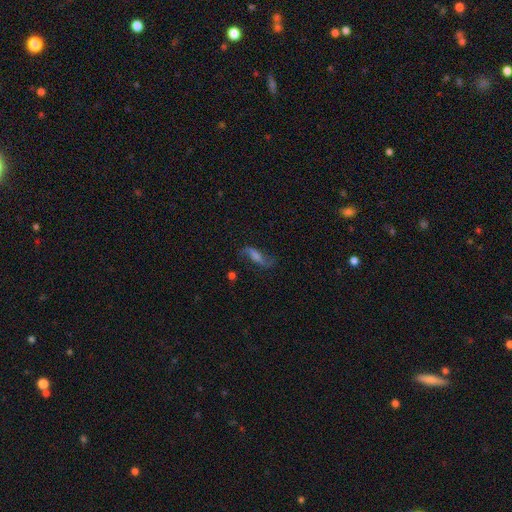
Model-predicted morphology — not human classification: Q: Smooth or featured?
A: featured or disk (69%); runner-up: smooth (20%)
Q: Edge-on disk?
A: no (86%); runner-up: yes (14%)
Q: Bar?
A: weak (40%); runner-up: no (34%)
Q: Spiral arms?
A: yes (93%); runner-up: no (7%)
Q: Spiral winding?
A: loose (81%); runner-up: medium (15%)
Q: Spiral arm count?
A: 2 (90%); runner-up: can't tell (3%)
Q: Bulge size?
A: small (32%); runner-up: moderate (28%)
Q: Merging?
A: none (71%); runner-up: minor disturbance (17%)